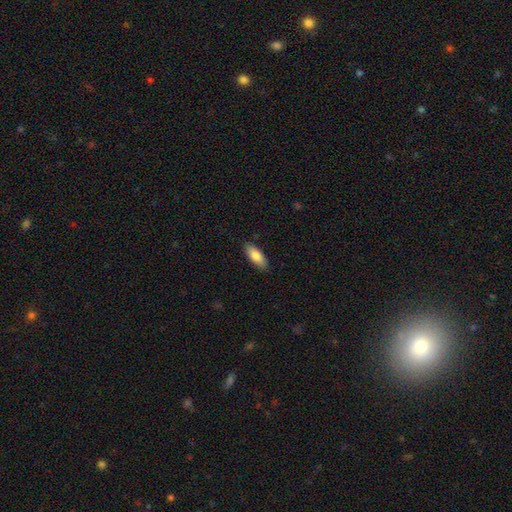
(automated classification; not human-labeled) Q: Smooth or featured?
A: smooth (85%); runner-up: featured or disk (10%)
Q: How rounded?
A: in between (78%); runner-up: cigar-shaped (21%)
Q: Merging?
A: none (87%); runner-up: minor disturbance (10%)